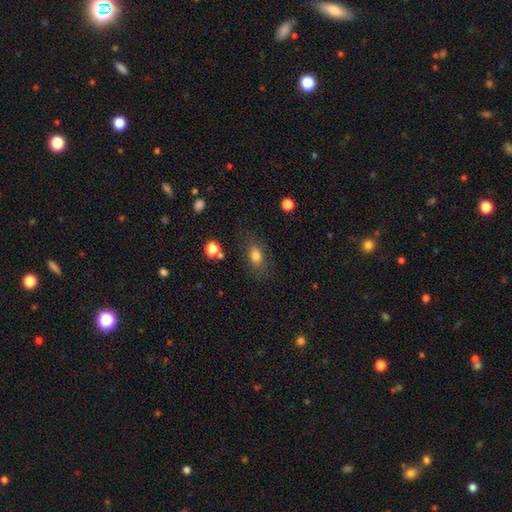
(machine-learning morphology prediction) Overall: smooth (77%). How rounded: in between (79%). Merging: none (71%).